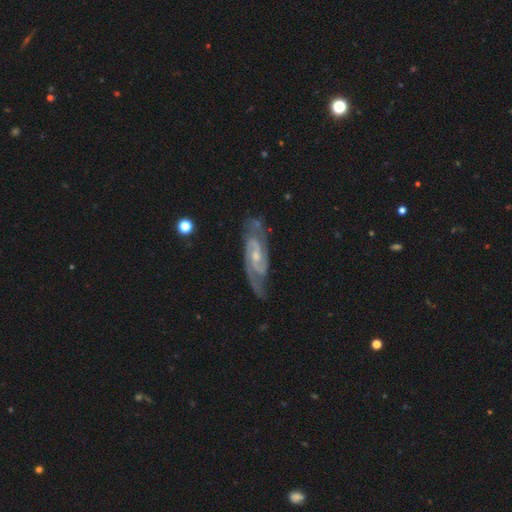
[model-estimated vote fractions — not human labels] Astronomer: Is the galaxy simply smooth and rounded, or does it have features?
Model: featured or disk — 89%.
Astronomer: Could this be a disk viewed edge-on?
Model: no — 91%.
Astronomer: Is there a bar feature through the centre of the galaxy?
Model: weak — 46% (runner-up: no, 42%).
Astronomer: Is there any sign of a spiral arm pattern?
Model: yes — 97%.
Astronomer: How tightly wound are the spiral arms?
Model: medium — 46% (runner-up: tight, 44%).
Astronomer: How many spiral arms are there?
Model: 2 — 77%.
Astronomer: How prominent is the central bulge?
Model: small — 62%.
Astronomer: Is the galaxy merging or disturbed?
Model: none — 76%.